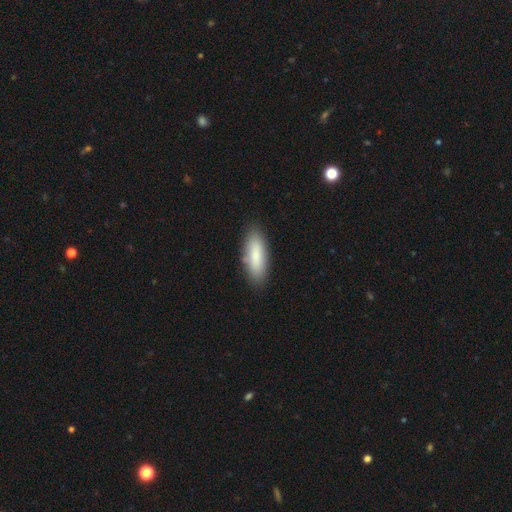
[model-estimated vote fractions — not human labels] The model was most divided on "how rounded": in between: 64%, cigar-shaped: 34%, round: 2%. More confident: merging — none (84%); smooth or featured — smooth (84%).